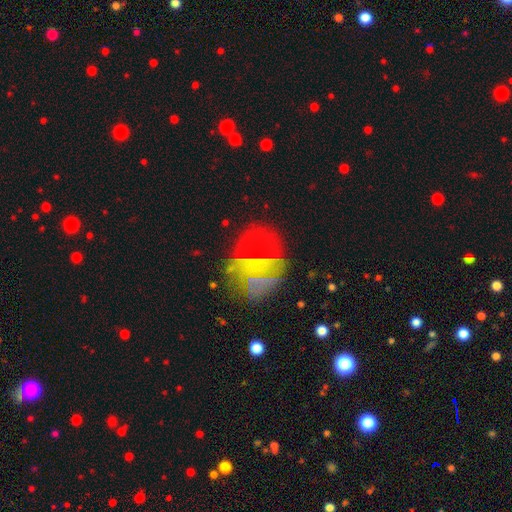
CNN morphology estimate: This is possibly a featured or disk galaxy (48%). Merging: likely none (62%).